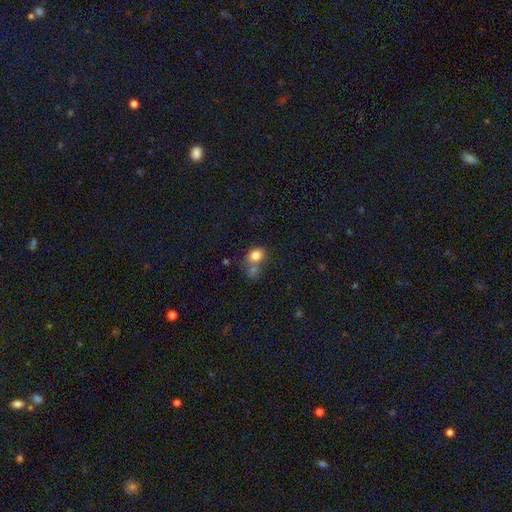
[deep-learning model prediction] This is clearly a smooth galaxy (80%). How rounded: possibly in between (50%). Merging: marginally none (43%).